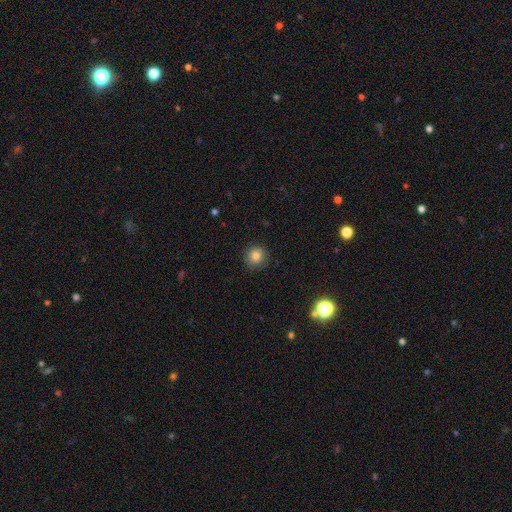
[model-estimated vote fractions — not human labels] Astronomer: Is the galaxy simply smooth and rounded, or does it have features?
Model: smooth — 82%.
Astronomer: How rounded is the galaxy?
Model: round — 91%.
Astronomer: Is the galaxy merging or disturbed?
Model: none — 86%.